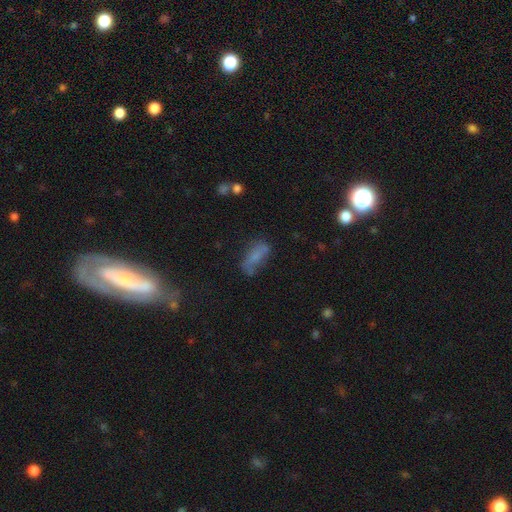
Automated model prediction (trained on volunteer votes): A smooth galaxy with no disk features (61%) that is in between round and cigar-shaped (71%). Merging: none (53%).